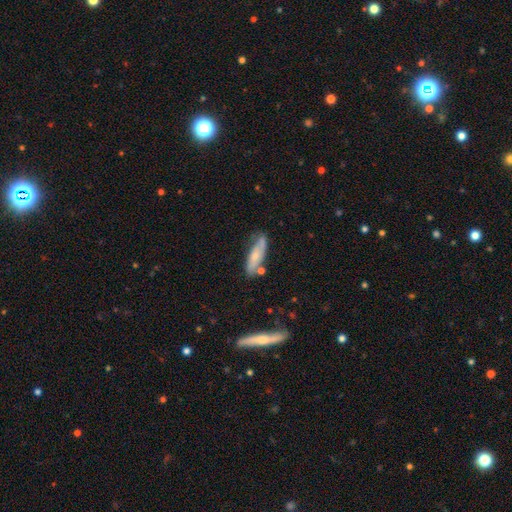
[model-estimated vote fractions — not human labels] This appears to be a smooth galaxy with no disk features (51%) that is cigar-shaped (57%). Merging: none (62%).